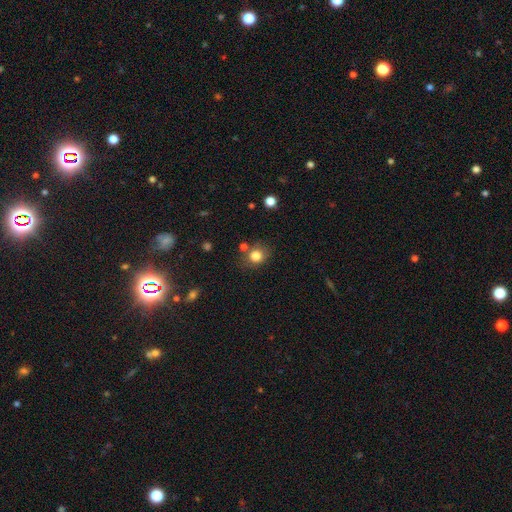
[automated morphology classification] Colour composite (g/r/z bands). It shows a smooth galaxy with no disk features (81%) that is round (69%). Merging: none (71%).